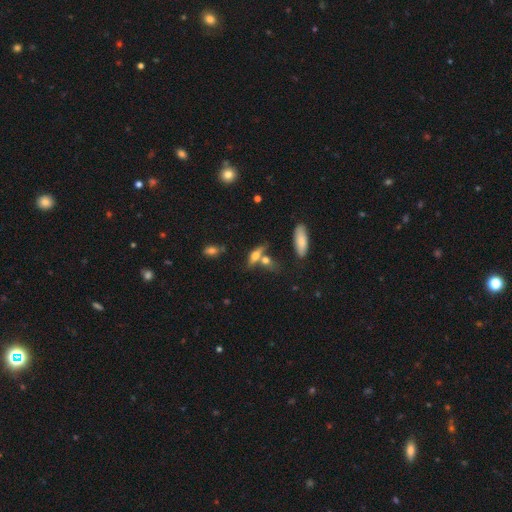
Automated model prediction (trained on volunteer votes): Smooth or featured? smooth (56%)
How rounded? in between (52%)
Merging? none (51%)